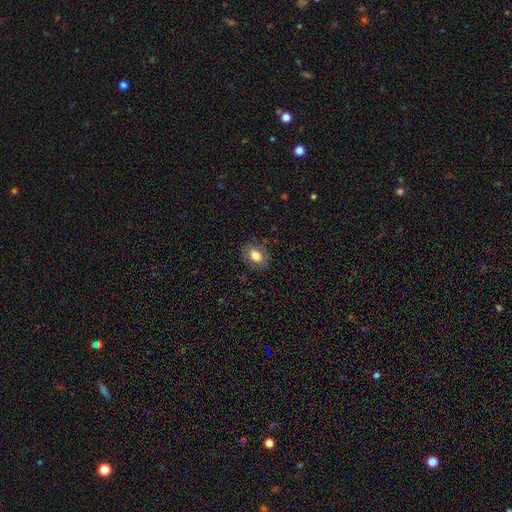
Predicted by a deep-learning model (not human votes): Q: Smooth or featured?
A: smooth (79%); runner-up: featured or disk (12%)
Q: How rounded?
A: in between (75%); runner-up: round (24%)
Q: Merging?
A: none (84%); runner-up: minor disturbance (12%)